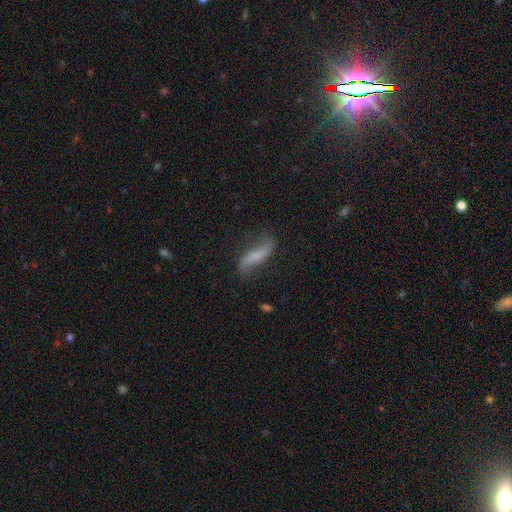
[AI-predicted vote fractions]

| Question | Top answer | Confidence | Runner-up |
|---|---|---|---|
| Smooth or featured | featured or disk | 56% | smooth (35%) |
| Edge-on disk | no | 82% | yes (18%) |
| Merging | none | 63% | minor disturbance (22%) |